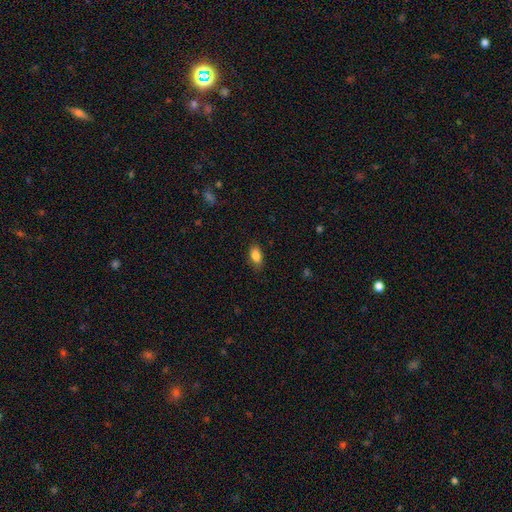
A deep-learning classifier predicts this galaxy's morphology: Smooth or featured?
  - smooth: 86% *
  - star or artifact: 8%
  - featured or disk: 6%
How rounded?
  - in between: 89% *
  - round: 6%
  - cigar-shaped: 4%
Merging?
  - none: 83% *
  - minor disturbance: 13%
  - major disturbance: 3%
  - merger: 1%